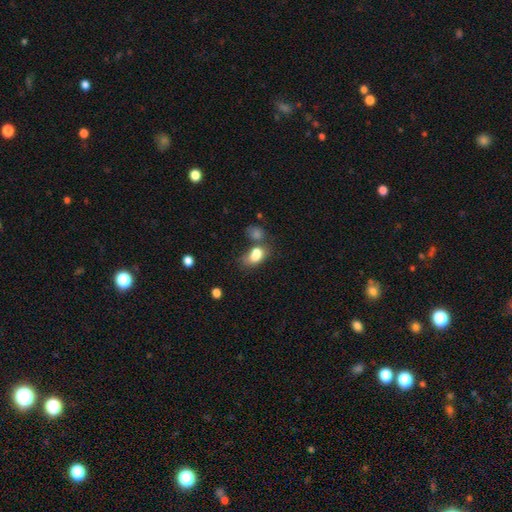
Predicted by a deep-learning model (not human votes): The model was most divided on "merging": none: 34%, merger: 33%, minor disturbance: 20%, major disturbance: 12%. More confident: how rounded — in between (84%); smooth or featured — smooth (79%).